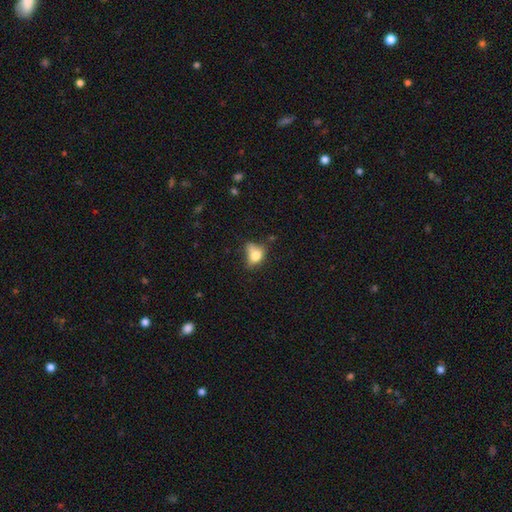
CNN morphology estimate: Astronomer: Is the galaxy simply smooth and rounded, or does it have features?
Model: smooth — 73%.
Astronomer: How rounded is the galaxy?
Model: in between — 70%.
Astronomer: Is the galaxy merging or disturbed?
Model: none — 33% (runner-up: minor disturbance, 32%).